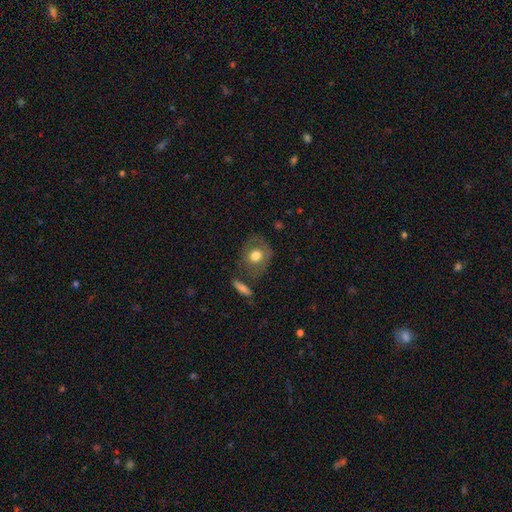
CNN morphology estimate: Smooth or featured? Predicted: smooth (p=0.62). How rounded? Predicted: round (p=0.68). Merging? Predicted: none (p=0.69).